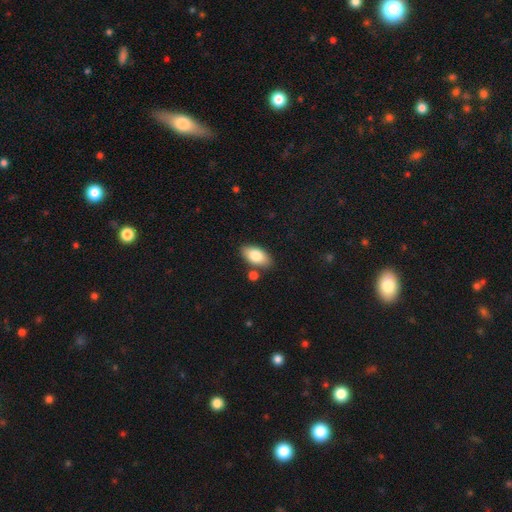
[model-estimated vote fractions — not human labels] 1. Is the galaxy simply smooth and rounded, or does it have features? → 81% smooth, 12% featured or disk, 7% star or artifact.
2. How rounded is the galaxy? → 92% in between, 4% cigar-shaped, 4% round.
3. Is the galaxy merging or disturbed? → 79% none, 11% minor disturbance, 7% merger, 2% major disturbance.